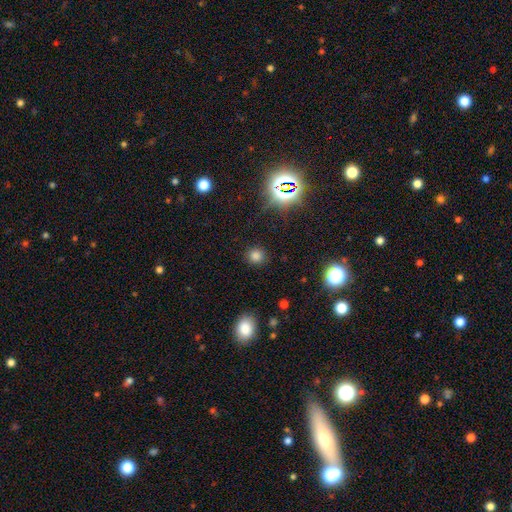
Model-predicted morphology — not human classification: A smooth galaxy with no disk features (75%) that is round (87%). Merging: none (88%).